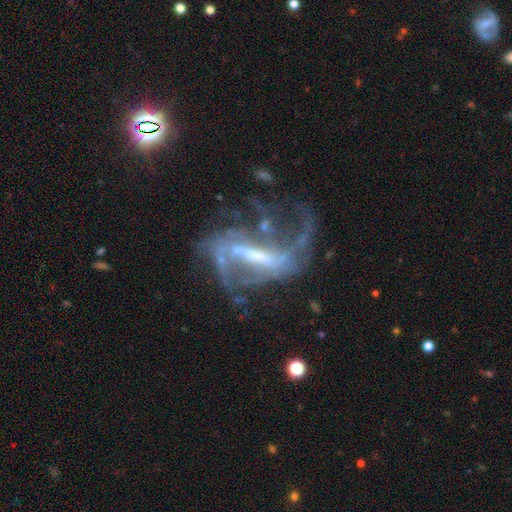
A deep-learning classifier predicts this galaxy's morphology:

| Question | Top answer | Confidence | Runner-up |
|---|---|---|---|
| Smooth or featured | featured or disk | 85% | star or artifact (9%) |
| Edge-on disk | no | 92% | yes (8%) |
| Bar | strong | 62% | weak (28%) |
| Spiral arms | yes | 88% | no (12%) |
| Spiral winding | loose | 54% | medium (35%) |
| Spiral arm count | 2 | 57% | can't tell (18%) |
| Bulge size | moderate | 38% | small (32%) |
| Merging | none | 39% | major disturbance (38%) |